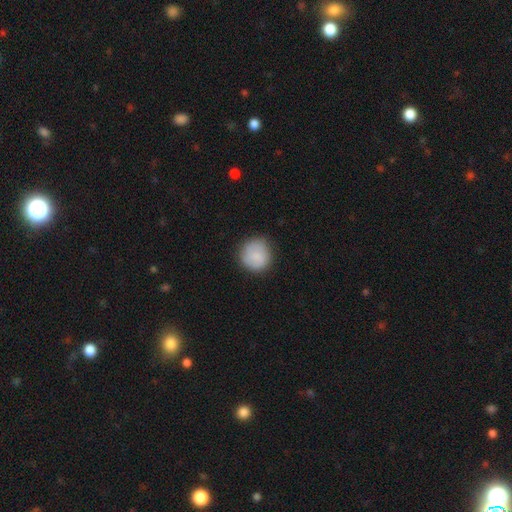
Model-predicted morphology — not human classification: smooth 82%, featured or disk 11%, star or artifact 7%. Down the decision tree: how rounded — round (91%); merging — none (77%).